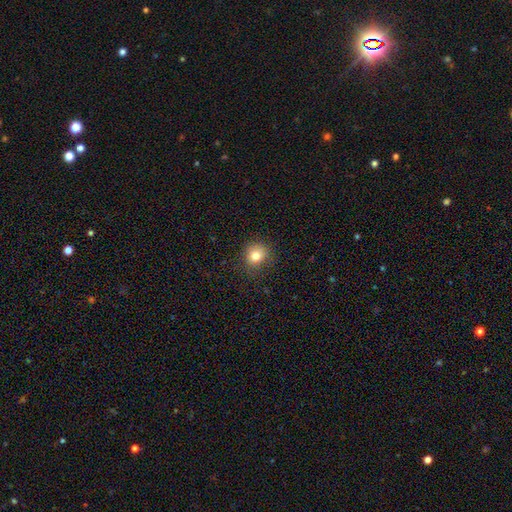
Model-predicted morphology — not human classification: Smooth or featured? Predicted: smooth (p=0.80). How rounded? Predicted: round (p=0.86). Merging? Predicted: none (p=0.84).